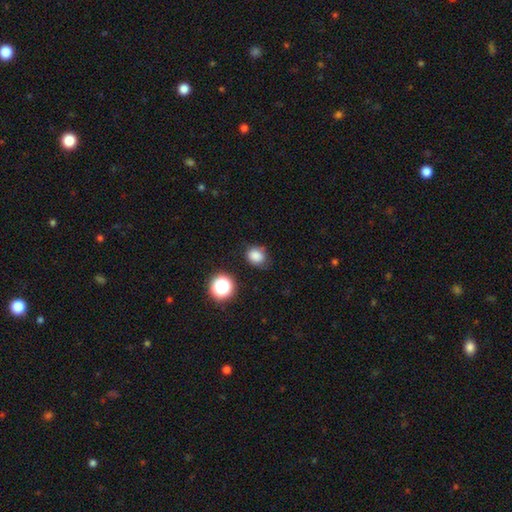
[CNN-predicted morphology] Q: Smooth or featured?
A: smooth (82%); runner-up: star or artifact (13%)
Q: How rounded?
A: round (62%); runner-up: in between (37%)
Q: Merging?
A: none (71%); runner-up: minor disturbance (21%)